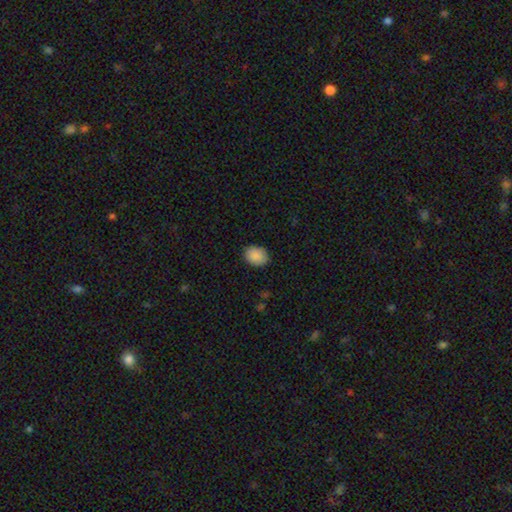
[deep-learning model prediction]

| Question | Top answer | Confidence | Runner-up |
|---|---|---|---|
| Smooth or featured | smooth | 89% | star or artifact (7%) |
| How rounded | in between | 52% | round (47%) |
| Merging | none | 87% | minor disturbance (10%) |